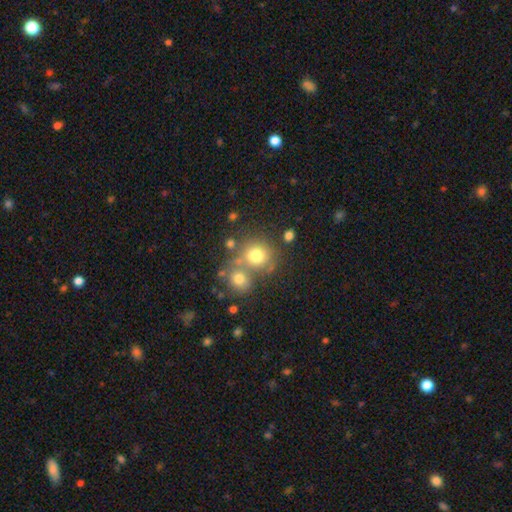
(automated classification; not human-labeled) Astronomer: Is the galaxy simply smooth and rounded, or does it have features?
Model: smooth — 74%.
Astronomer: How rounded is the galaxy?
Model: round — 84%.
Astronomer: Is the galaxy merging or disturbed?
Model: none — 55% (runner-up: merger, 30%).